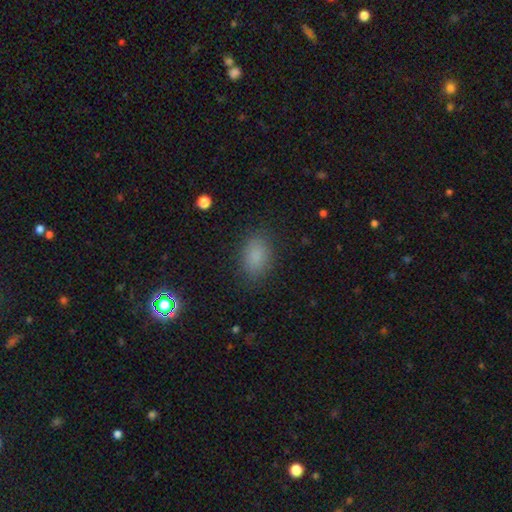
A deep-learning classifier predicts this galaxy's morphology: smooth 84%, star or artifact 12%, featured or disk 4%. Down the decision tree: how rounded — in between (82%); merging — none (85%).